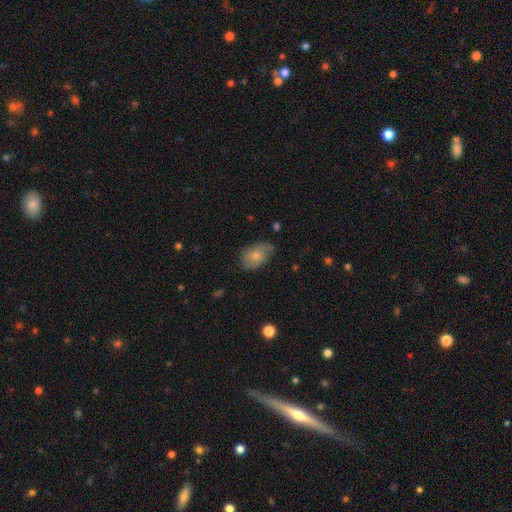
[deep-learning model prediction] Smooth or featured? smooth (63%)
How rounded? in between (86%)
Merging? none (60%)